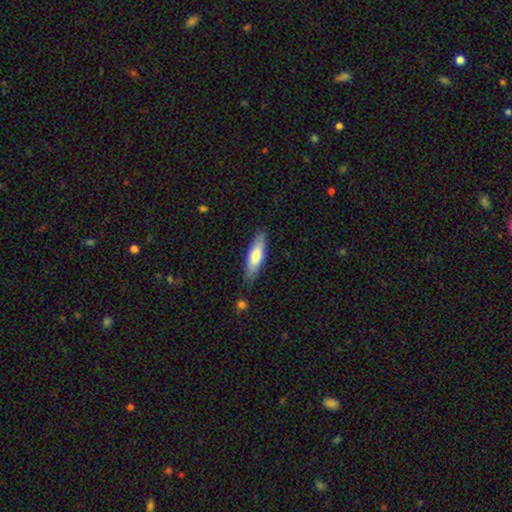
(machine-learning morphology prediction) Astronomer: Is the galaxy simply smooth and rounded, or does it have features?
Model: smooth — 71%.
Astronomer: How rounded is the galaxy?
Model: cigar-shaped — 59% (runner-up: in between, 40%).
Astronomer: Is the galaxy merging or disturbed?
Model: none — 86%.